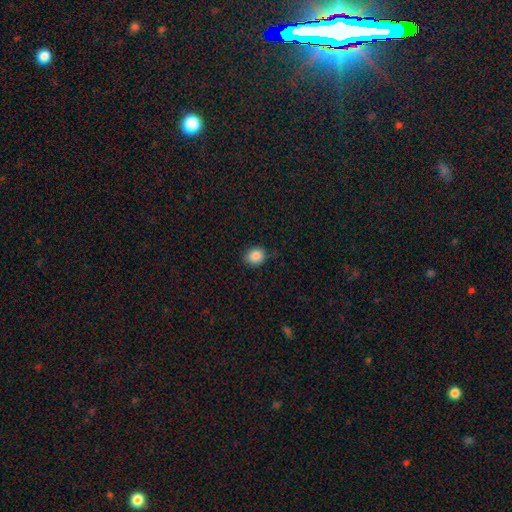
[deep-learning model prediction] Smooth or featured? smooth (86%)
How rounded? round (64%)
Merging? none (83%)